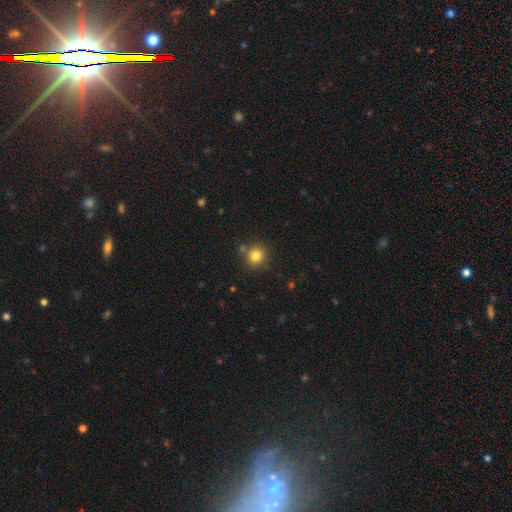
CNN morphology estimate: smooth 81%, star or artifact 12%, featured or disk 6%. Down the decision tree: how rounded — round (94%); merging — none (80%).